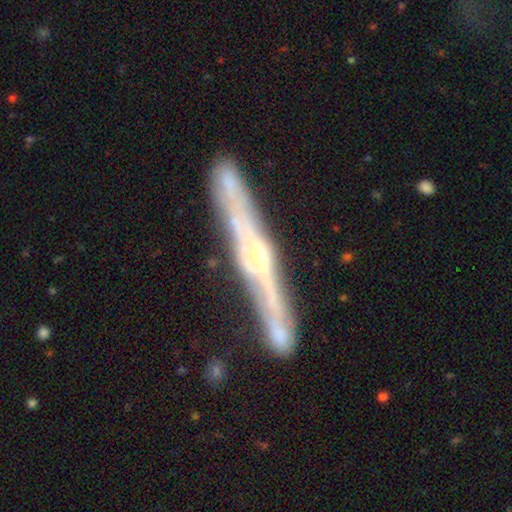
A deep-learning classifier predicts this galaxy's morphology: Smooth or featured? Predicted: featured or disk (p=0.81). Edge-on disk? Predicted: yes (p=0.92). Edge-on bulge? Predicted: rounded (p=0.57). Merging? Predicted: none (p=0.73).